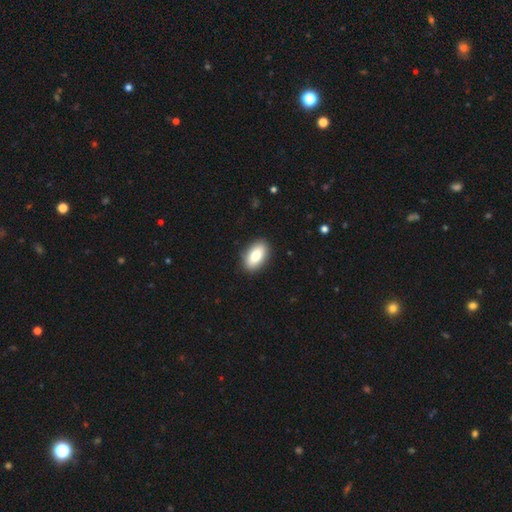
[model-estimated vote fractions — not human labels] This is clearly a smooth galaxy (80%). How rounded: clearly in between (92%). Merging: clearly none (89%).